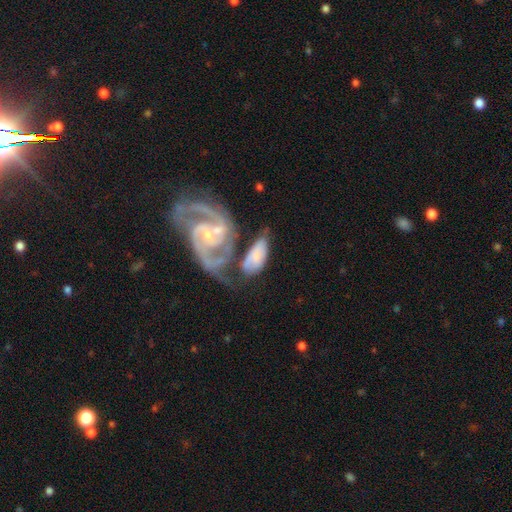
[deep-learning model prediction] The model was most divided on "merging": merger: 36%, none: 29%, minor disturbance: 21%, major disturbance: 14%. More confident: edge-on disk — no (93%); smooth or featured — featured or disk (53%).